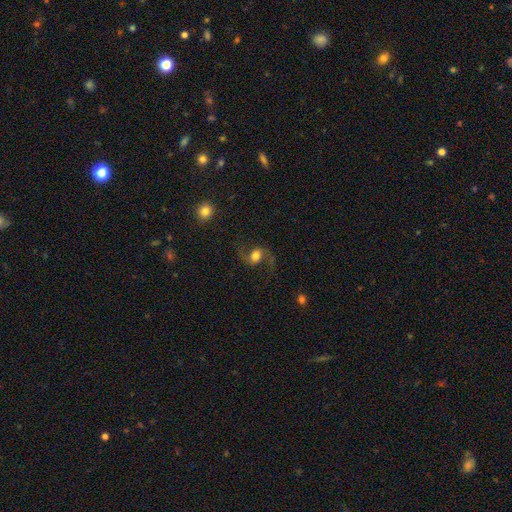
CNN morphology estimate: This appears to be a featured or disk galaxy (66%) with no bar (54%), 2 (93%) loose (76%) spiral arms (92%) and a moderate central bulge (48%). Merging: none (70%).